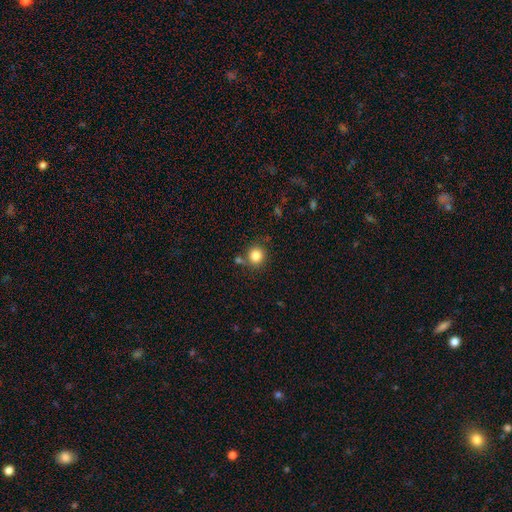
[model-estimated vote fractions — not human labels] Overall: smooth (83%). How rounded: round (90%). Merging: none (76%).